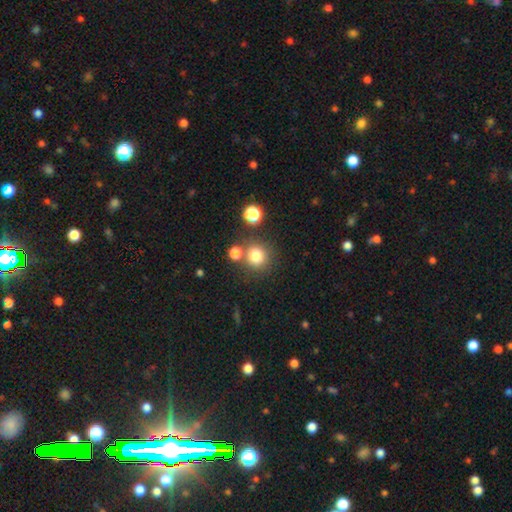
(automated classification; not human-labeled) Q: Smooth or featured?
A: smooth (79%); runner-up: star or artifact (15%)
Q: How rounded?
A: round (90%); runner-up: in between (9%)
Q: Merging?
A: none (74%); runner-up: merger (13%)